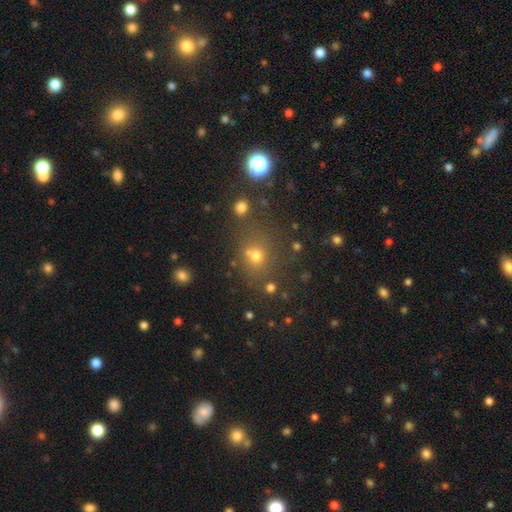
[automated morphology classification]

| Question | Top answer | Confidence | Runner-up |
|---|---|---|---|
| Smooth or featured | smooth | 62% | star or artifact (28%) |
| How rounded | round | 78% | in between (21%) |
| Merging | none | 67% | merger (16%) |